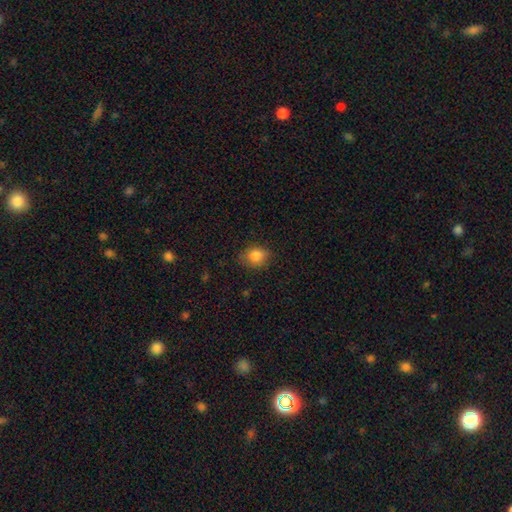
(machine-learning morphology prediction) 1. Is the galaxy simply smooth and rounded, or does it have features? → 84% smooth, 9% star or artifact, 6% featured or disk.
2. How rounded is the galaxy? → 53% in between, 46% round, 1% cigar-shaped.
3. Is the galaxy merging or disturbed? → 77% none, 18% minor disturbance, 4% major disturbance, 1% merger.